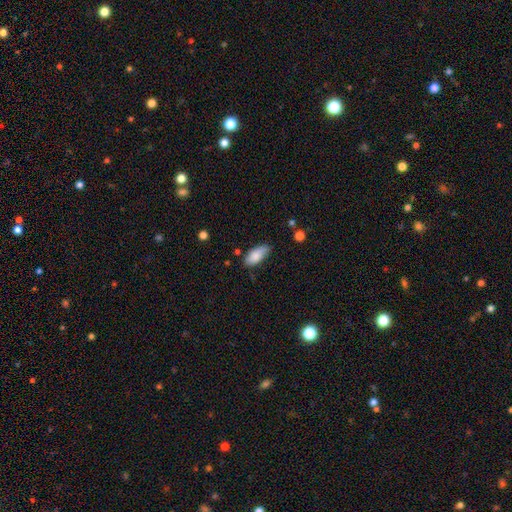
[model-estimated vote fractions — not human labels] Overall: smooth (83%). How rounded: in between (88%). Merging: none (70%).